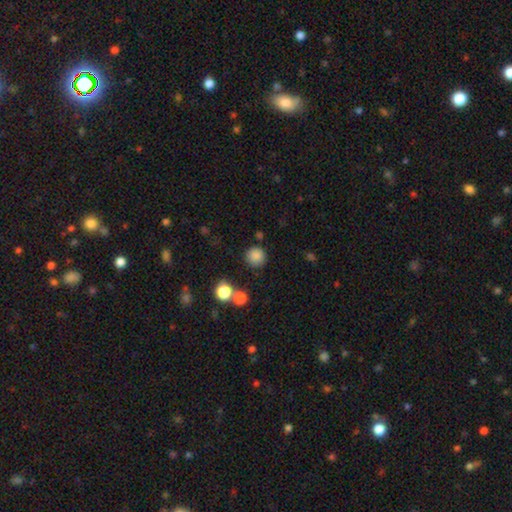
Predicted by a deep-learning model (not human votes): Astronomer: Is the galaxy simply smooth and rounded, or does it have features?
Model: smooth — 84%.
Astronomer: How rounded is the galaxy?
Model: round — 94%.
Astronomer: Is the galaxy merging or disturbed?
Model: none — 84%.